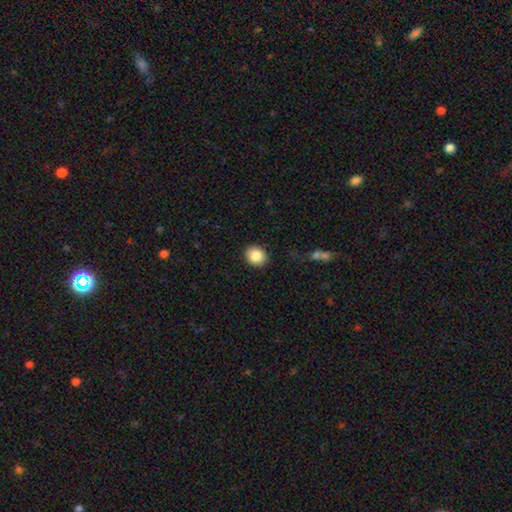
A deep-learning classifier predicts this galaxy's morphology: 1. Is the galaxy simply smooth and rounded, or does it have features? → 86% smooth, 8% star or artifact, 5% featured or disk.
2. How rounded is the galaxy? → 76% round, 23% in between, 1% cigar-shaped.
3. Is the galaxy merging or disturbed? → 90% none, 7% minor disturbance, 2% major disturbance, 1% merger.